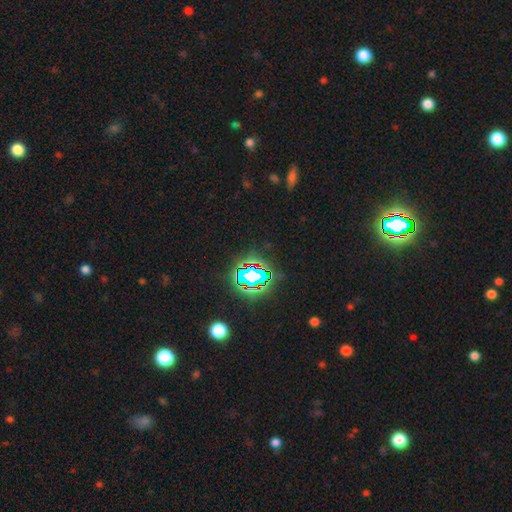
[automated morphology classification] Smooth or featured?
  - star or artifact: 81% *
  - smooth: 12%
  - featured or disk: 7%